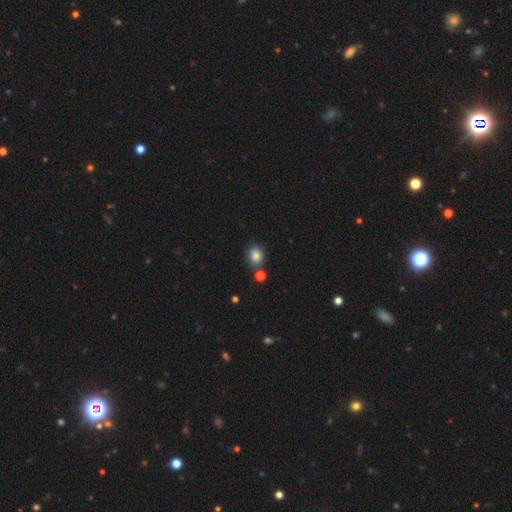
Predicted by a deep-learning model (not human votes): A smooth galaxy with no disk features (84%) that is round (57%). Merging: none (73%).